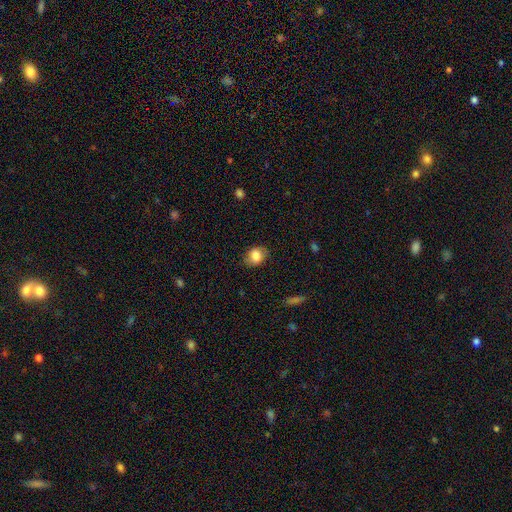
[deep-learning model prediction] Morphology: type=smooth (83%); roundness=in between (52%); merging=none (77%).